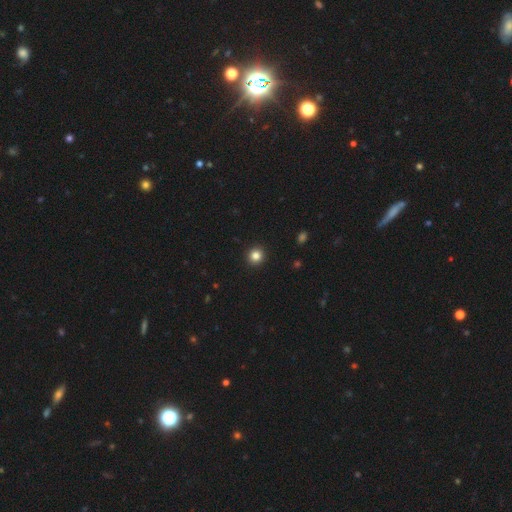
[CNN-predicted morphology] Smooth or featured?
  - smooth: 83% *
  - star or artifact: 12%
  - featured or disk: 5%
How rounded?
  - round: 94% *
  - in between: 5%
  - cigar-shaped: 1%
Merging?
  - none: 93% *
  - minor disturbance: 4%
  - major disturbance: 1%
  - merger: 1%